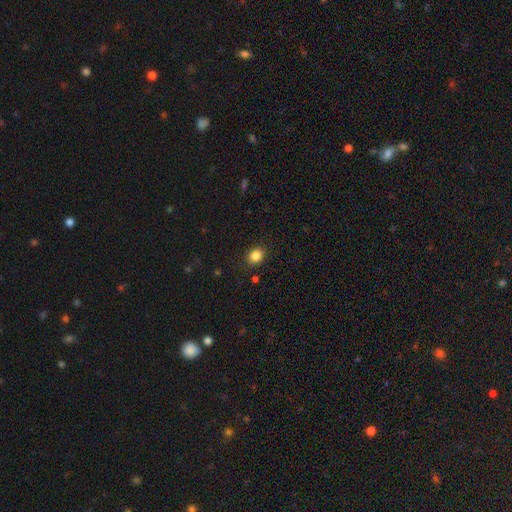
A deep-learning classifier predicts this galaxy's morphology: A smooth galaxy with no disk features (84%) that is round (53%).

Vote fractions:
- Smooth or featured? smooth: 84% / star or artifact: 11% / featured or disk: 5%
- How rounded? round: 53% / in between: 46% / cigar-shaped: 1%
- Merging? none: 88% / minor disturbance: 9% / major disturbance: 2% / merger: 1%